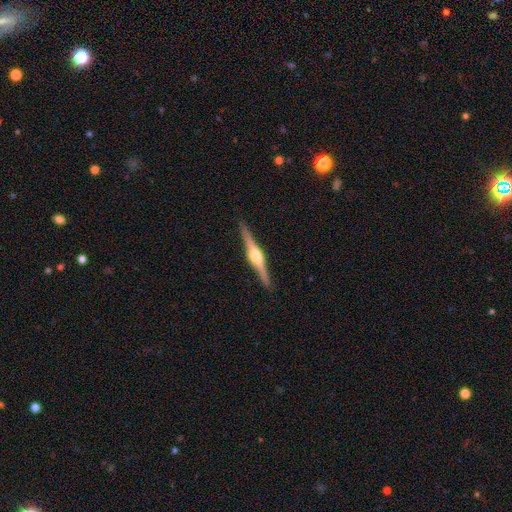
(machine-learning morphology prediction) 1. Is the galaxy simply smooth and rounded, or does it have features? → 82% featured or disk, 14% smooth, 5% star or artifact.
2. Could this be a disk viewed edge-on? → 98% yes, 2% no.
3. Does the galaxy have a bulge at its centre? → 91% rounded, 7% boxy, 2% none.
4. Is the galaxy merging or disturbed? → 91% none, 7% minor disturbance, 1% major disturbance, 1% merger.